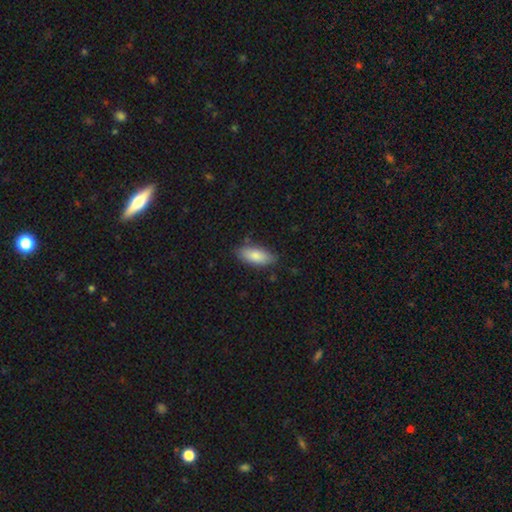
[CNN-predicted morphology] smooth-or-featured: smooth: 84% | featured or disk: 10% | star or artifact: 6%
  how-rounded: in between: 82% | cigar-shaped: 16% | round: 2%
  merging: none: 79% | minor disturbance: 16% | major disturbance: 3% | merger: 2%